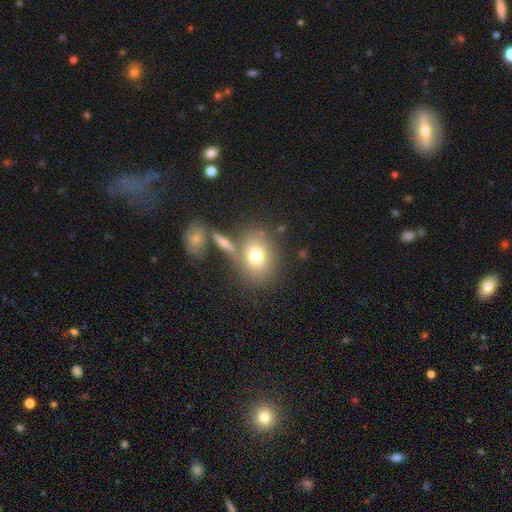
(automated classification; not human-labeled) A smooth galaxy with no disk features (75%) that is in between round and cigar-shaped (51%).

Vote fractions:
- Smooth or featured? smooth: 75% / featured or disk: 15% / star or artifact: 10%
- How rounded? in between: 51% / round: 47% / cigar-shaped: 2%
- Merging? none: 63% / merger: 19% / minor disturbance: 13% / major disturbance: 5%